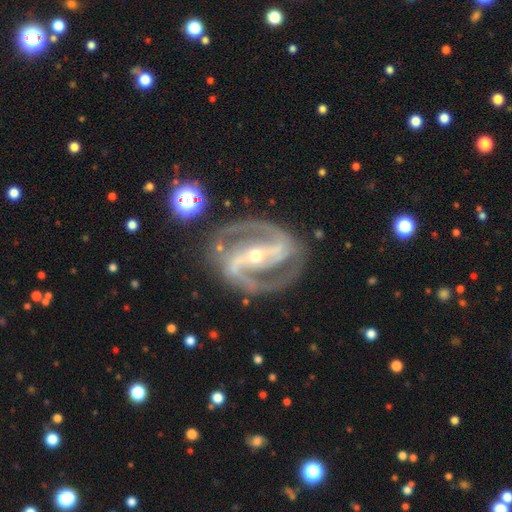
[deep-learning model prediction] Smooth or featured: featured or disk — 93% (star or artifact — 4%)
Edge-on disk: no — 97% (yes — 3%)
Bar: strong — 73% (weak — 18%)
Spiral arms: yes — 98% (no — 2%)
Spiral winding: medium — 56% (tight — 34%)
Spiral arm count: 2 — 93% (3 — 2%)
Bulge size: small — 53% (moderate — 44%)
Merging: none — 82% (minor disturbance — 12%)